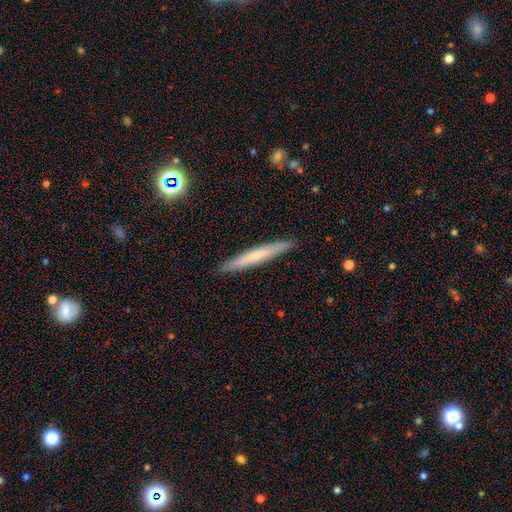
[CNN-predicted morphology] A smooth galaxy with no disk features (62%) that is cigar-shaped (96%).

Vote fractions:
- Smooth or featured? smooth: 62% / featured or disk: 32% / star or artifact: 6%
- How rounded? cigar-shaped: 96% / in between: 3% / round: 1%
- Merging? none: 91% / minor disturbance: 7% / major disturbance: 1% / merger: 1%